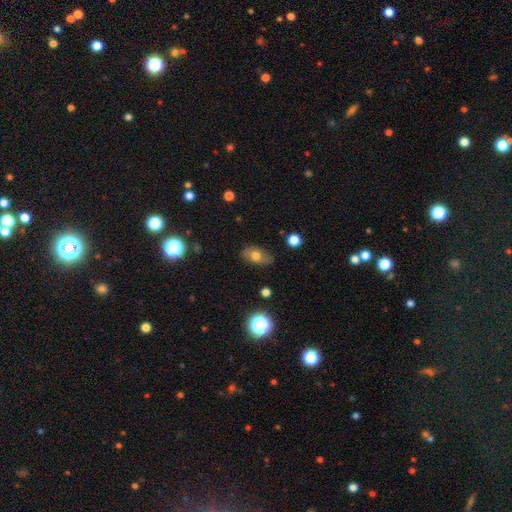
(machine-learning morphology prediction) Q: Smooth or featured?
A: smooth (69%); runner-up: featured or disk (21%)
Q: How rounded?
A: in between (86%); runner-up: round (11%)
Q: Merging?
A: none (78%); runner-up: minor disturbance (17%)